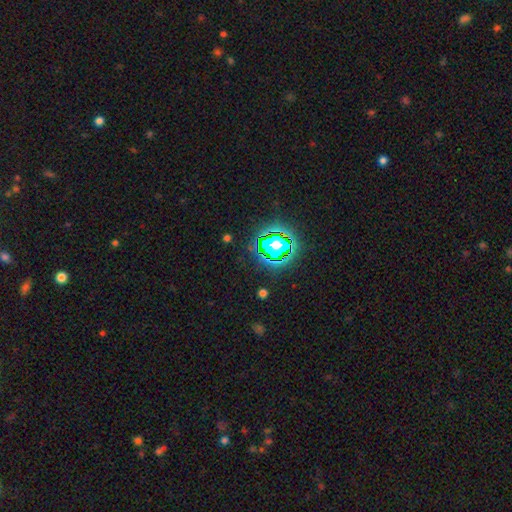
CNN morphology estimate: type=star or artifact (83%).